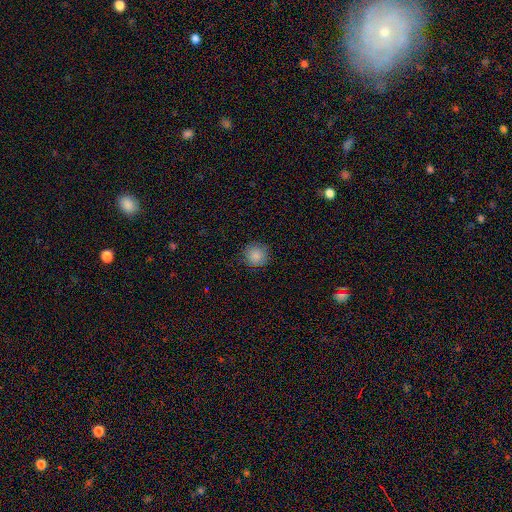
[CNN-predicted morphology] Smooth or featured?
  - smooth: 86% *
  - star or artifact: 9%
  - featured or disk: 5%
How rounded?
  - round: 93% *
  - in between: 6%
  - cigar-shaped: 1%
Merging?
  - none: 86% *
  - minor disturbance: 11%
  - major disturbance: 3%
  - merger: 1%